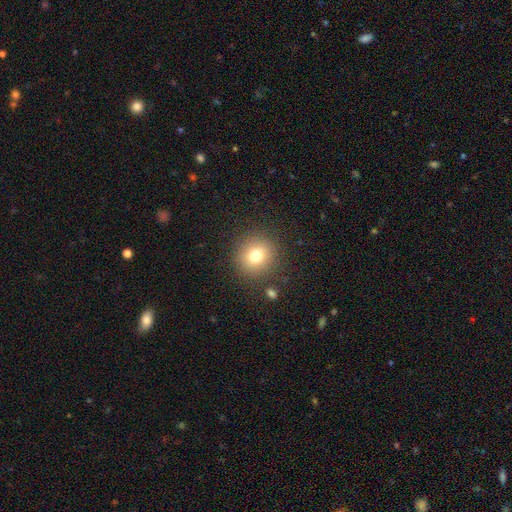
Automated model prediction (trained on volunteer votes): Morphology: type=smooth (75%); roundness=round (90%); merging=none (87%).